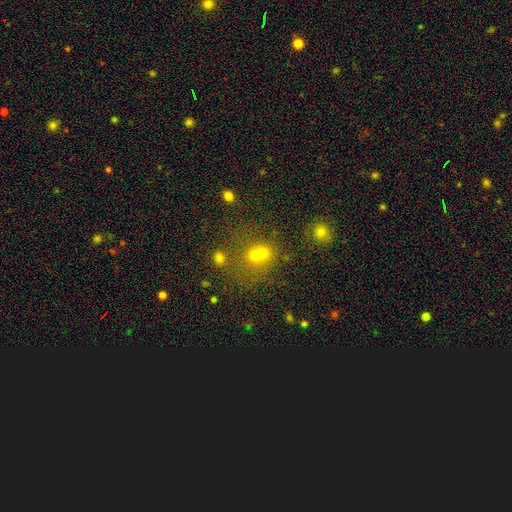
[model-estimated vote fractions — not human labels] Smooth or featured? smooth (58%)
How rounded? round (68%)
Merging? merger (54%)